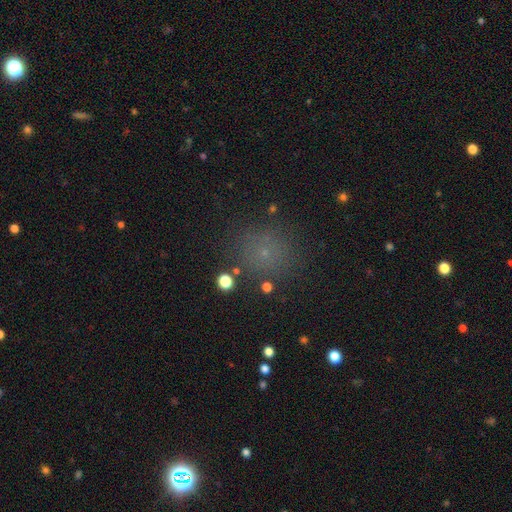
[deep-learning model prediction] Smooth or featured? Predicted: smooth (p=0.60). How rounded? Predicted: round (p=0.90). Merging? Predicted: none (p=0.84).